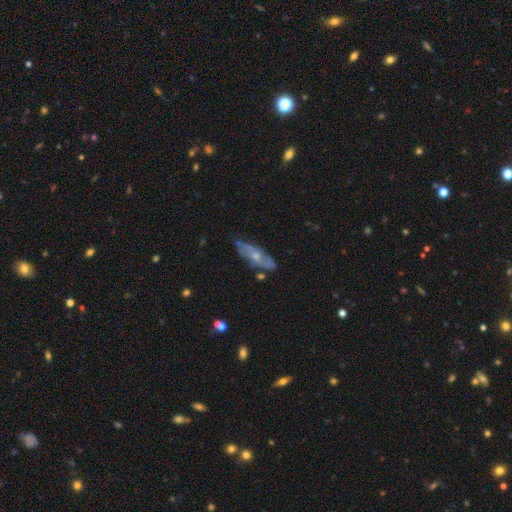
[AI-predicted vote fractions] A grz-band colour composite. It shows a featured or disk galaxy (60%). Merging: none (71%).